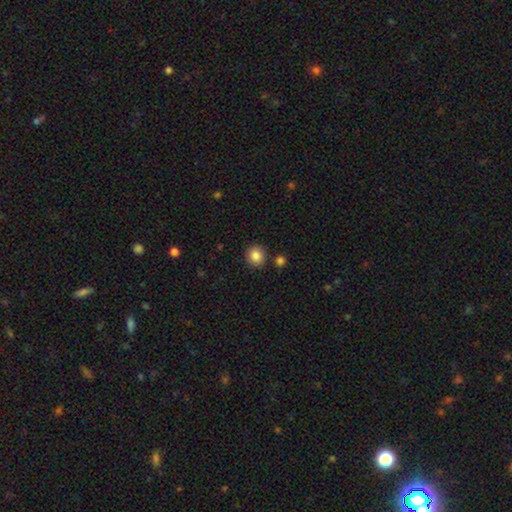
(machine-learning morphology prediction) Q: Smooth or featured?
A: smooth (85%); runner-up: star or artifact (10%)
Q: How rounded?
A: round (88%); runner-up: in between (11%)
Q: Merging?
A: none (85%); runner-up: minor disturbance (8%)